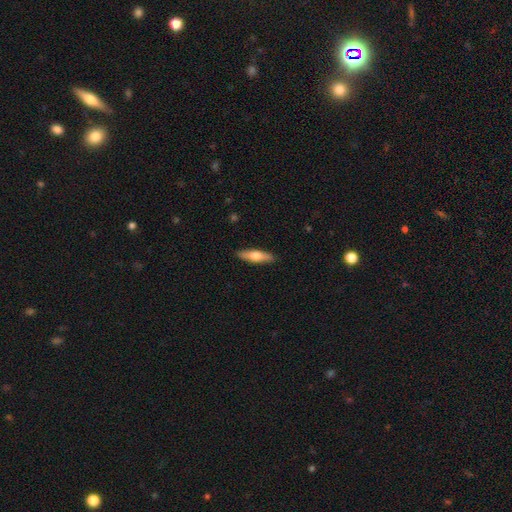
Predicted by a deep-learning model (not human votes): Smooth or featured? Predicted: smooth (p=0.59). How rounded? Predicted: cigar-shaped (p=0.66). Merging? Predicted: none (p=0.89).